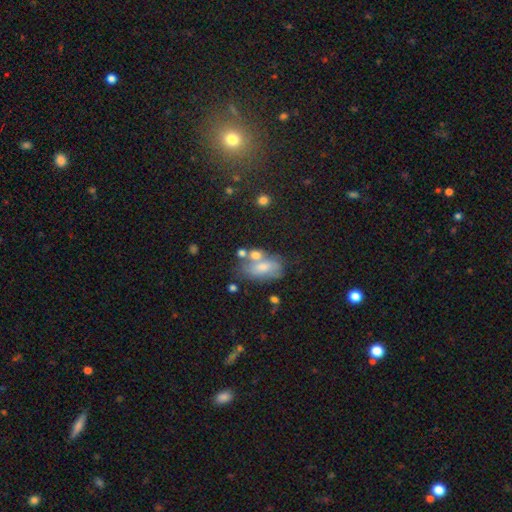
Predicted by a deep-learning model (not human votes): smooth_or_featured: star or artifact (p=0.42) [alt: smooth p=0.33]